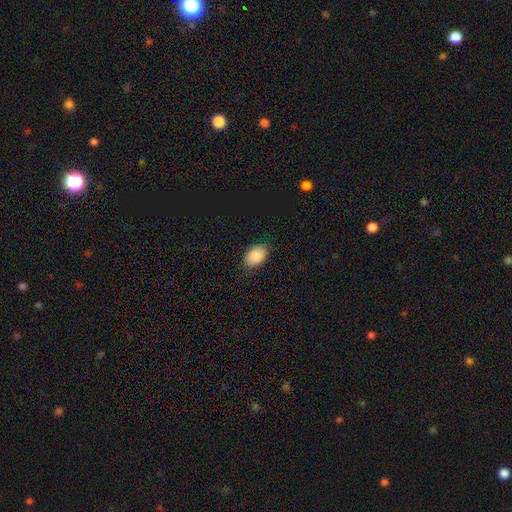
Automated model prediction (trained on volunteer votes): A smooth galaxy with no disk features (86%) that is in between round and cigar-shaped (84%). Merging: none (80%).